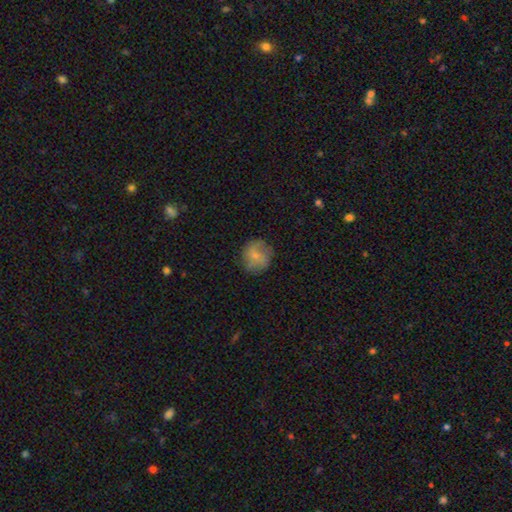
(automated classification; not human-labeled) Smooth or featured: smooth — 61% (featured or disk — 30%)
How rounded: round — 85% (in between — 14%)
Merging: none — 73% (minor disturbance — 19%)